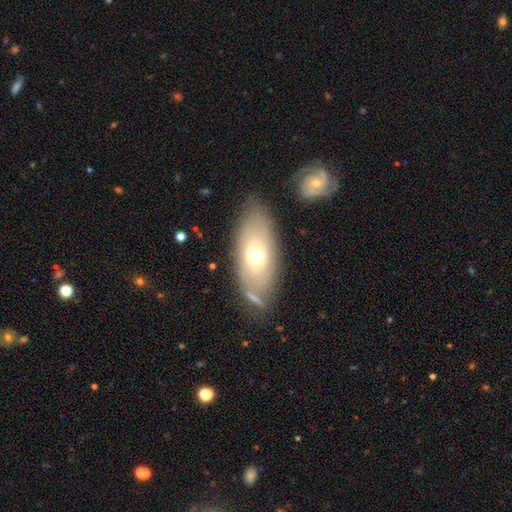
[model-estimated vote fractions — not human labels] smooth 52%, featured or disk 40%, star or artifact 7%. Down the decision tree: how rounded — in between (85%); merging — none (70%).